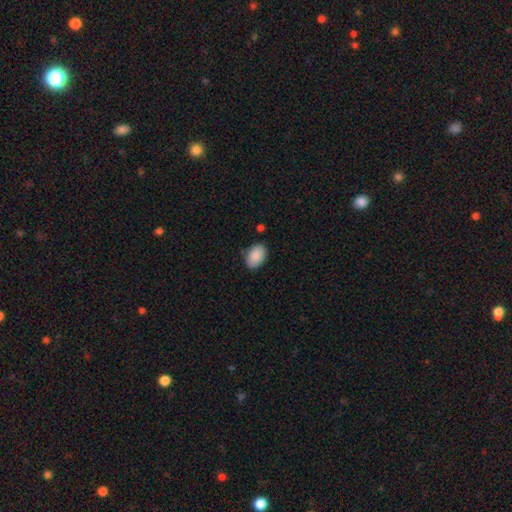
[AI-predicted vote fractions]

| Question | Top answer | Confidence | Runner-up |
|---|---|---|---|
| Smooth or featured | smooth | 90% | star or artifact (6%) |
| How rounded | in between | 90% | round (9%) |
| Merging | none | 84% | minor disturbance (12%) |